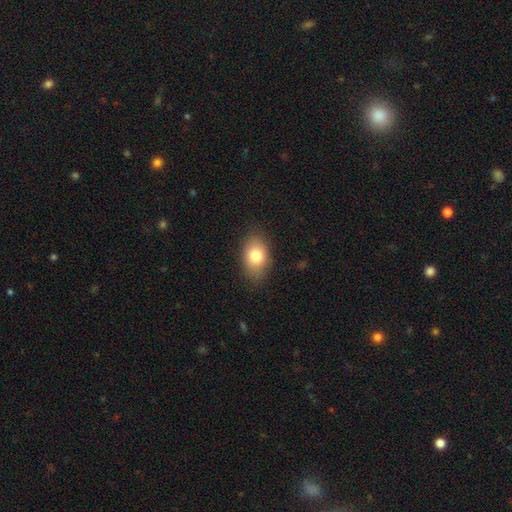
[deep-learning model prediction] Smooth or featured? Predicted: smooth (p=0.78). How rounded? Predicted: in between (p=0.82). Merging? Predicted: none (p=0.83).